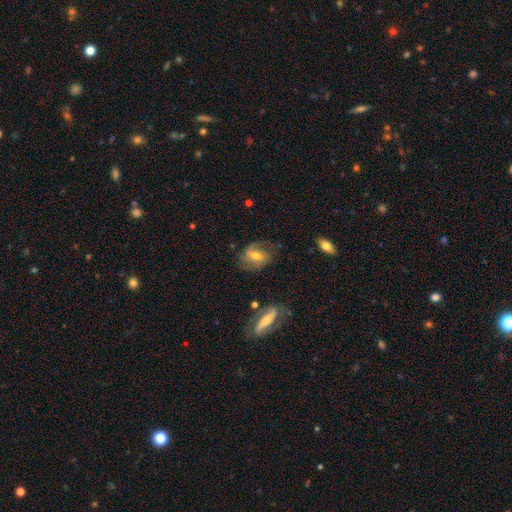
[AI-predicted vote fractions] featured or disk 67%, smooth 25%, star or artifact 8%. Down the decision tree: edge-on disk — no (94%); bar — weak (44%); spiral arms — yes (87%); spiral arm count — 2 (78%); spiral winding — medium (46%); bulge size — moderate (64%); merging — none (69%).